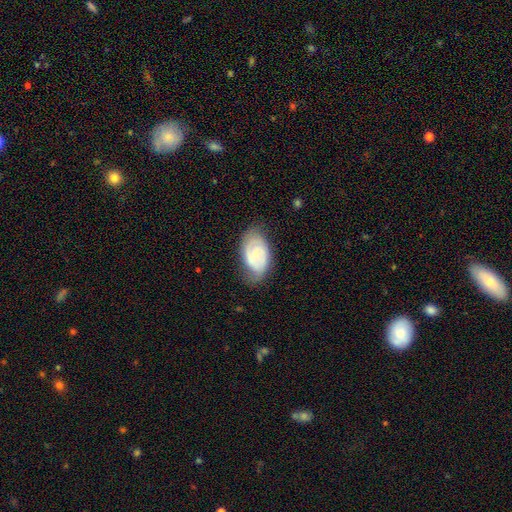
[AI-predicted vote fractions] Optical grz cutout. It shows a featured or disk galaxy (65%) with no bar (62%), 2 (61%) tight (54%) spiral arms (81%) and a small central bulge (64%). Merging: none (67%).